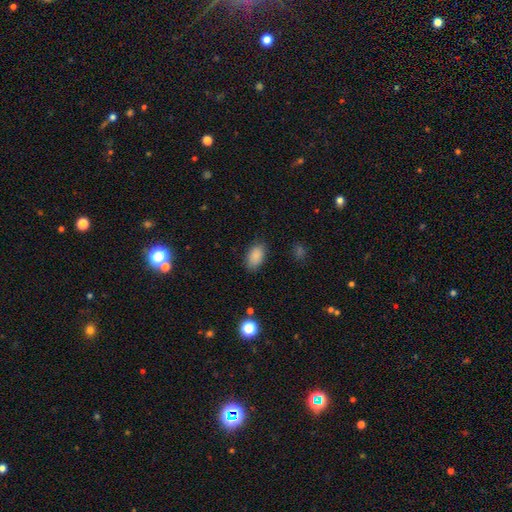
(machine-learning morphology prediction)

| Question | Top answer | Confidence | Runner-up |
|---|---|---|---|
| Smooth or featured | smooth | 88% | star or artifact (8%) |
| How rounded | in between | 92% | round (6%) |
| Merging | none | 84% | minor disturbance (12%) |